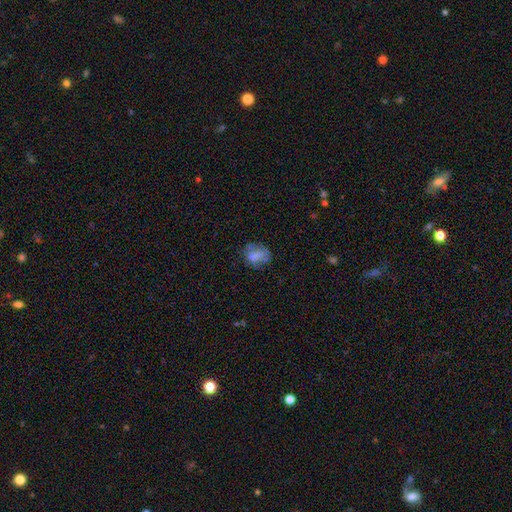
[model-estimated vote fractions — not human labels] Smooth or featured?
  - smooth: 68% *
  - featured or disk: 21%
  - star or artifact: 11%
How rounded?
  - in between: 59% *
  - round: 39%
  - cigar-shaped: 2%
Merging?
  - none: 53% *
  - minor disturbance: 26%
  - major disturbance: 17%
  - merger: 4%